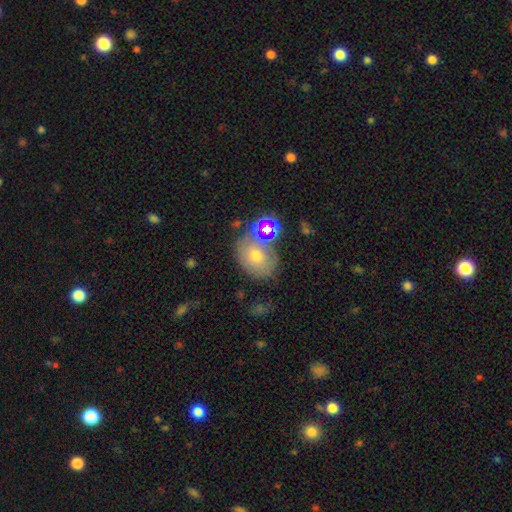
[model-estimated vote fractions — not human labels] smooth-or-featured: smooth: 59% | featured or disk: 25% | star or artifact: 15%
  how-rounded: in between: 53% | round: 46% | cigar-shaped: 1%
  merging: none: 48% | merger: 23% | minor disturbance: 20% | major disturbance: 10%